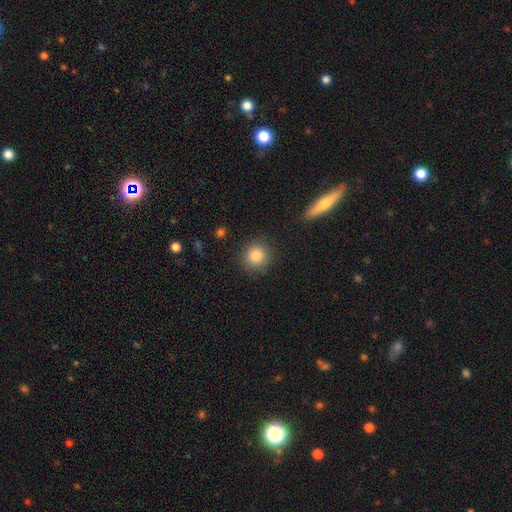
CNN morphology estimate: smooth_or_featured: smooth (p=0.84) [alt: star or artifact p=0.10]
how_rounded: round (p=0.91) [alt: in between p=0.08]
merging: none (p=0.88) [alt: minor disturbance p=0.07]